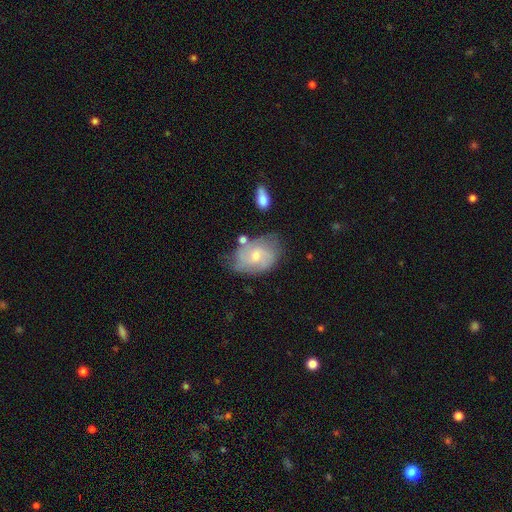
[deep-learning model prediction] The model was most divided on "bulge size": small: 52%, moderate: 43%, none: 3%, large: 2%, dominant: 1%. More confident: edge-on disk — no (96%); spiral arms — yes (79%); bar — no (58%); smooth or featured — featured or disk (58%); merging — none (57%).